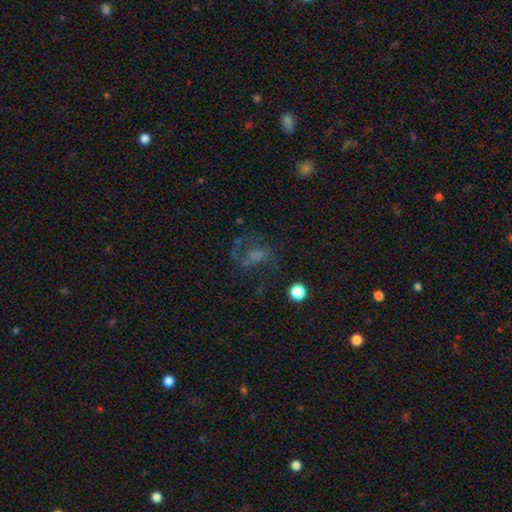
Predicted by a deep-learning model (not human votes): This is possibly a featured or disk galaxy (46%). Merging: marginally none (42%).